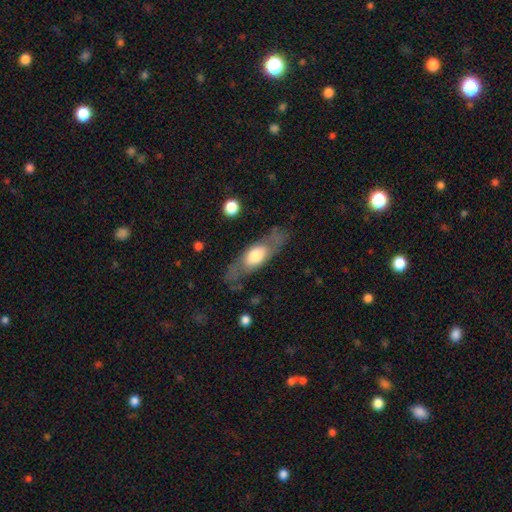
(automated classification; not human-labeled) Smooth or featured? smooth (48%)
Merging? none (69%)